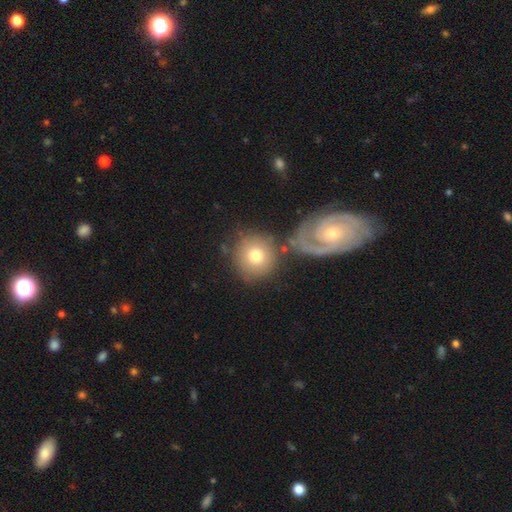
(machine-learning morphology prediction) Smooth or featured?
  - smooth: 73% *
  - featured or disk: 20%
  - star or artifact: 7%
How rounded?
  - round: 92% *
  - in between: 7%
  - cigar-shaped: 1%
Merging?
  - none: 70% *
  - merger: 12%
  - minor disturbance: 12%
  - major disturbance: 6%